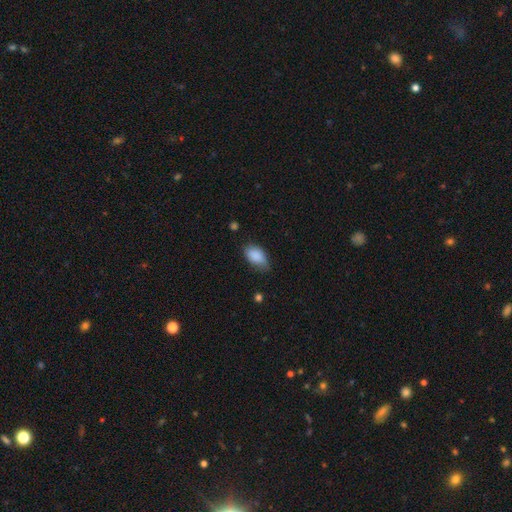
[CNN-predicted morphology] The model was most divided on "merging": none: 59%, minor disturbance: 33%, major disturbance: 6%, merger: 2%. More confident: how rounded — in between (92%); smooth or featured — smooth (87%).